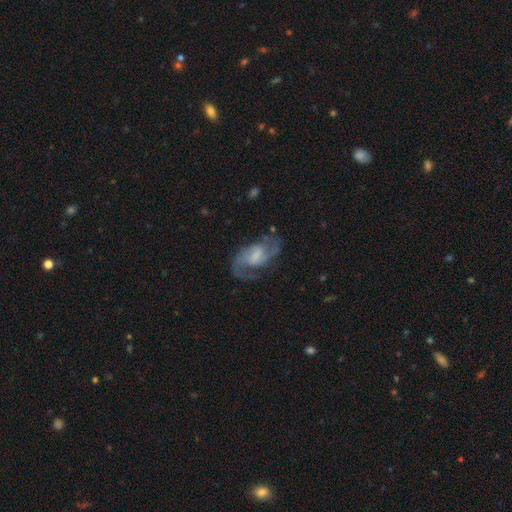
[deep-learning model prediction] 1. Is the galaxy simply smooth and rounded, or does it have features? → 84% featured or disk, 10% smooth, 6% star or artifact.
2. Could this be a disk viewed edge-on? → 97% no, 3% yes.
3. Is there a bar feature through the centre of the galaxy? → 54% weak, 26% no, 20% strong.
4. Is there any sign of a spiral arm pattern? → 95% yes, 5% no.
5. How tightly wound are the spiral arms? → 54% medium, 27% loose, 18% tight.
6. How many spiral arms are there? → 86% 2, 5% can't tell, 3% 3, 3% 1, 1% 4, 1% more than 4.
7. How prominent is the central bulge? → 33% none, 29% small, 25% moderate, 12% large, 2% dominant.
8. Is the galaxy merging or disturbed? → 69% none, 17% minor disturbance, 12% major disturbance, 2% merger.